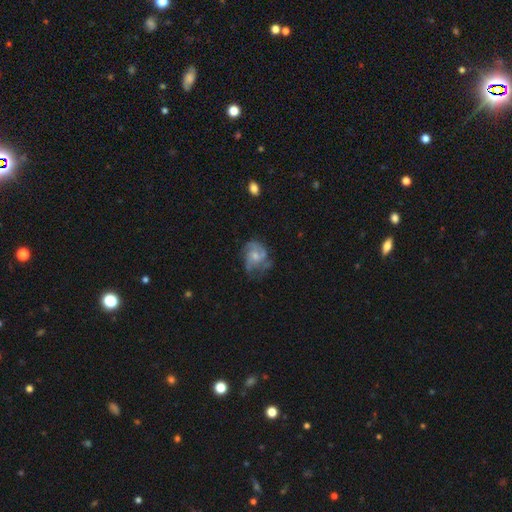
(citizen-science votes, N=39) smooth-or-featured: featured or disk: 67% | smooth: 28% | star or artifact: 5%
  disk-edge-on: no: 100% | yes: 0%
    bar: no: 77% | weak: 15% | strong: 8%
    has-spiral-arms: yes: 77% | no: 23%
      spiral-winding: medium: 60% | tight: 25% | loose: 15%
      spiral-arm-count: can't tell: 35% | 2: 30% | 3: 25% | 1: 5% | 4: 5% | more than 4: 0%
    bulge-size: moderate: 50% | small: 31% | none: 12% | dominant: 8% | large: 0%
  merging: none: 49% | minor disturbance: 30% | major disturbance: 22% | merger: 0%